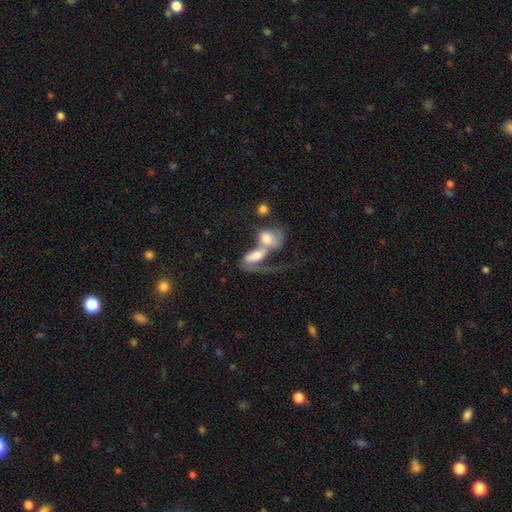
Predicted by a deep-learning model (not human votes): Overall: smooth (50%; featured or disk 42%). How rounded: in between (80%). Merging: merger (74%).